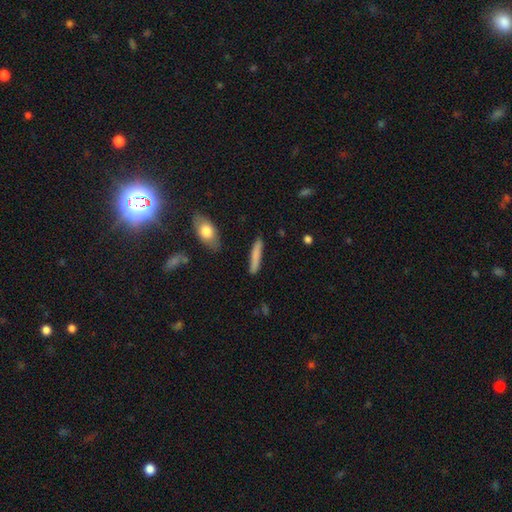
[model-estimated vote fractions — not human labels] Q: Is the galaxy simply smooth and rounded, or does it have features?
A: smooth — 78%.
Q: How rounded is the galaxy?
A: cigar-shaped — 91%.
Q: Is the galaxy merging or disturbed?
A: none — 87%.